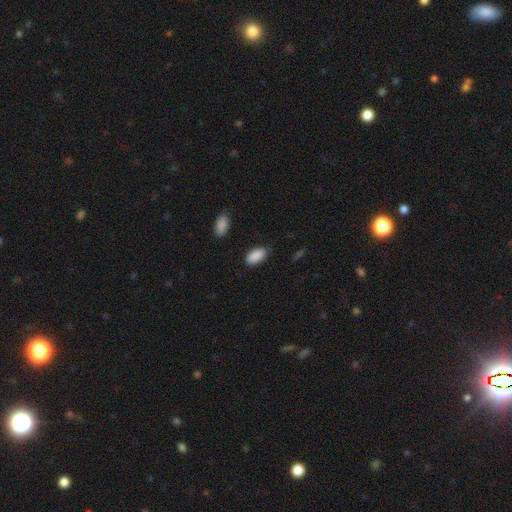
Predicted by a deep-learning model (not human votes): This appears to be a smooth galaxy with no disk features (90%) that is in between round and cigar-shaped (94%). Merging: none (81%).